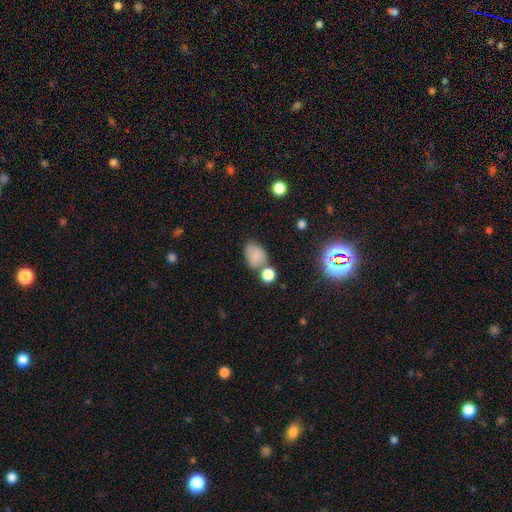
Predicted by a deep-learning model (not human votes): Overall: smooth (71%). How rounded: in between (70%). Merging: none (50%; merger 23%).